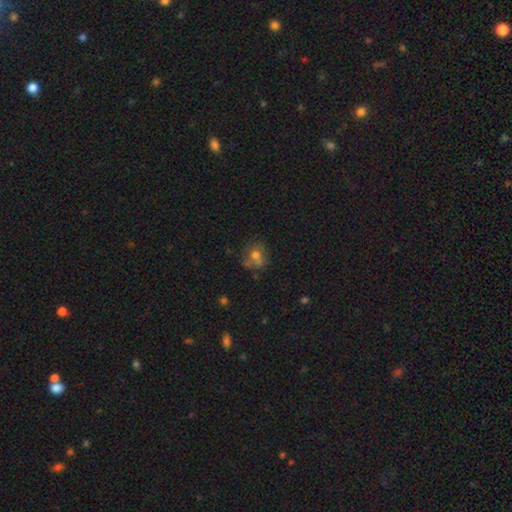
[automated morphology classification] smooth 59%, featured or disk 24%, star or artifact 17%. Down the decision tree: how rounded — round (70%); merging — none (50%).